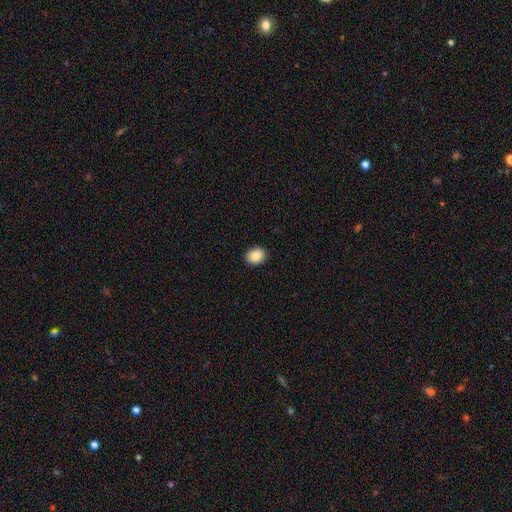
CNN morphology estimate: smooth 85%, star or artifact 9%, featured or disk 6%. Down the decision tree: how rounded — round (56%); merging — none (92%).